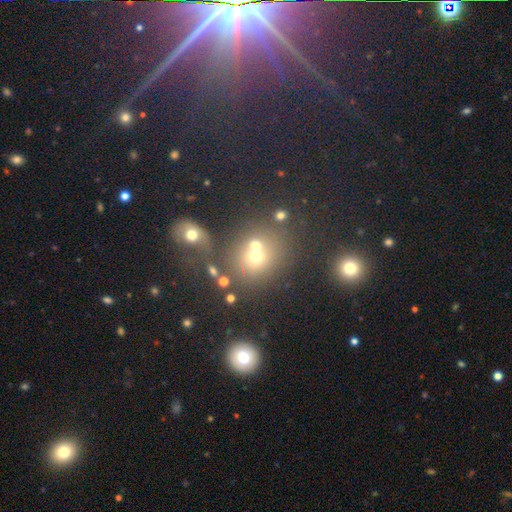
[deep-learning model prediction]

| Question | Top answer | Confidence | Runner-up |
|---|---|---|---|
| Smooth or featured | smooth | 62% | star or artifact (24%) |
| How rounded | round | 71% | in between (28%) |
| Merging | none | 51% | merger (31%) |